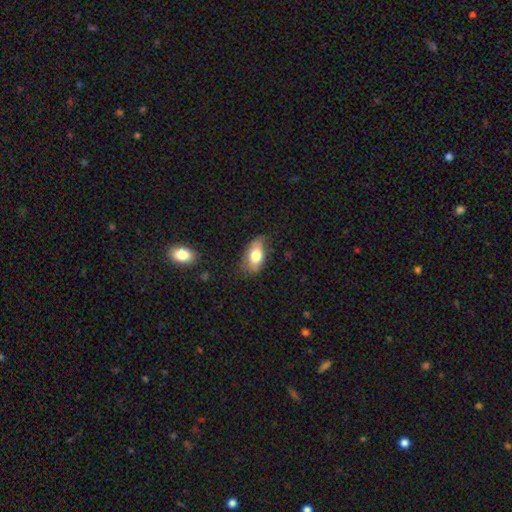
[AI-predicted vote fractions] smooth 74%, featured or disk 19%, star or artifact 7%. Down the decision tree: how rounded — in between (90%); merging — none (59%).